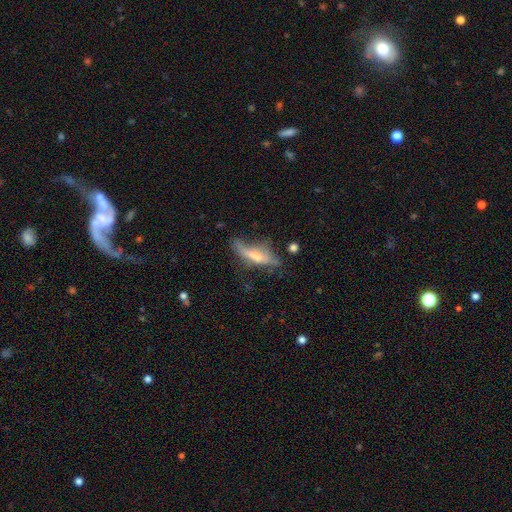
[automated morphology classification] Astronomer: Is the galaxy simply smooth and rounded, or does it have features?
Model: featured or disk — 51% (runner-up: smooth, 40%).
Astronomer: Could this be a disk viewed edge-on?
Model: yes — 62% (runner-up: no, 38%).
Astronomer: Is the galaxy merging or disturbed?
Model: none — 41% (runner-up: minor disturbance, 31%).